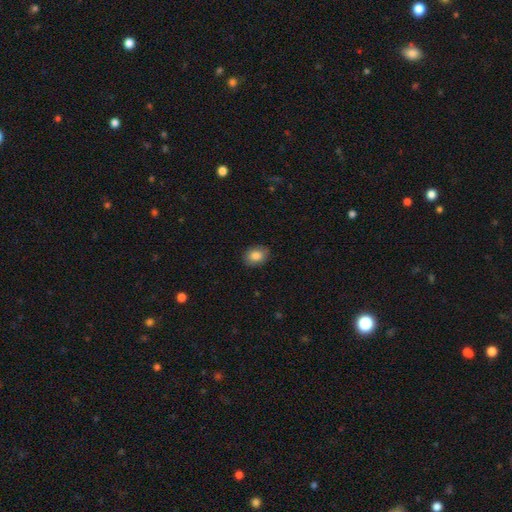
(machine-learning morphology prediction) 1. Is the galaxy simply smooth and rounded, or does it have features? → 85% smooth, 8% star or artifact, 7% featured or disk.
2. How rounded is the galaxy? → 69% in between, 30% round, 1% cigar-shaped.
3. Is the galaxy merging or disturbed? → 87% none, 10% minor disturbance, 2% major disturbance, 1% merger.